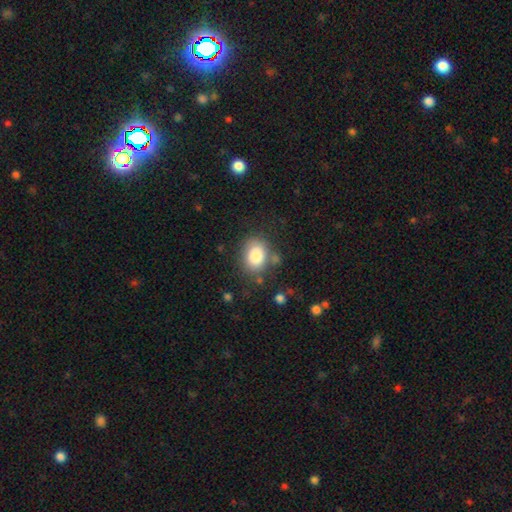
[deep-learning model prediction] Overall: smooth (84%). How rounded: in between (60%; round 39%). Merging: none (73%).